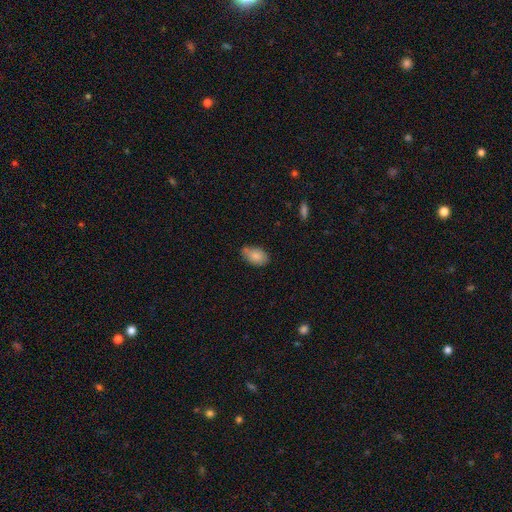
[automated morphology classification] The model was most divided on "merging": none: 66%, minor disturbance: 28%, major disturbance: 4%, merger: 2%. More confident: how rounded — in between (92%); smooth or featured — smooth (83%).